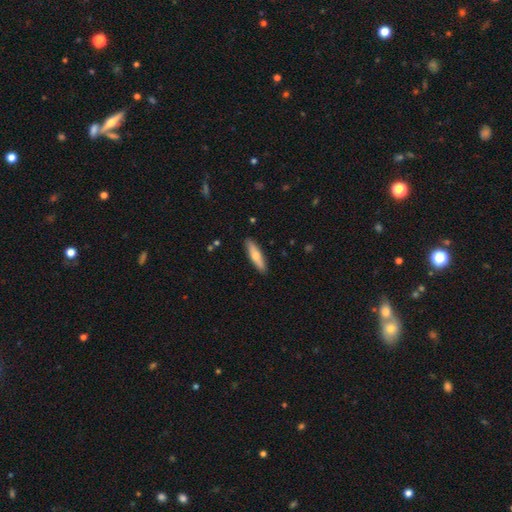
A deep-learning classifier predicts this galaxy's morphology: smooth_or_featured: smooth (p=0.63) [alt: featured or disk p=0.31]
how_rounded: cigar-shaped (p=0.73) [alt: in between p=0.25]
merging: none (p=0.89) [alt: minor disturbance p=0.08]